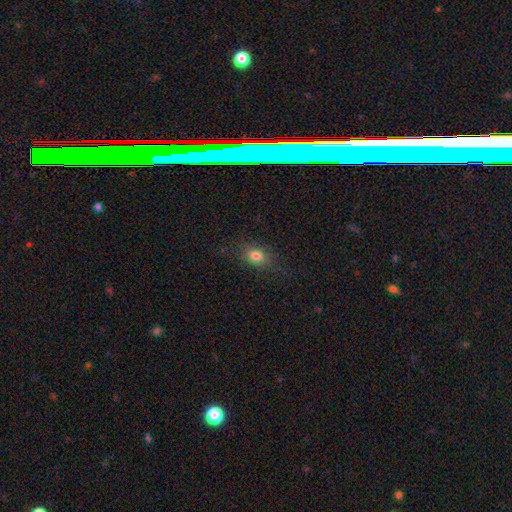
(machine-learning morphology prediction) smooth-or-featured: smooth: 78% | star or artifact: 12% | featured or disk: 10%
  how-rounded: in between: 65% | round: 31% | cigar-shaped: 4%
  merging: none: 79% | minor disturbance: 14% | major disturbance: 5% | merger: 1%